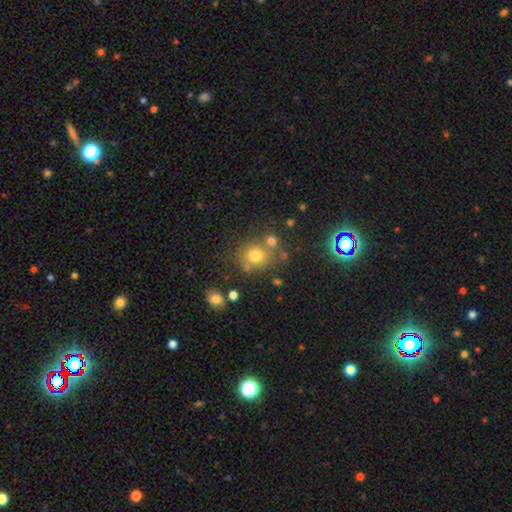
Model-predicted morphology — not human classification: Q: Smooth or featured?
A: smooth (71%); runner-up: star or artifact (18%)
Q: How rounded?
A: round (81%); runner-up: in between (18%)
Q: Merging?
A: none (66%); runner-up: merger (17%)